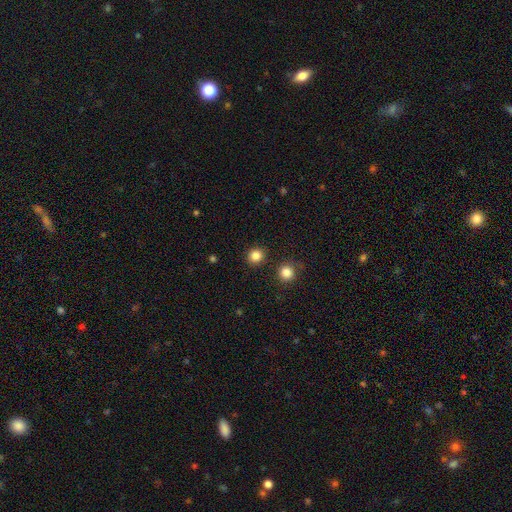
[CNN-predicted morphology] smooth 84%, star or artifact 12%, featured or disk 4%. Down the decision tree: how rounded — round (90%); merging — none (90%).